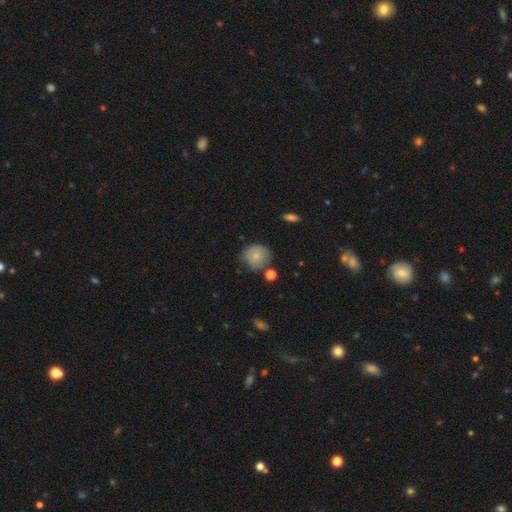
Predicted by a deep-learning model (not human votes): This appears to be a smooth galaxy with no disk features (79%) that is round (86%). Merging: none (65%).